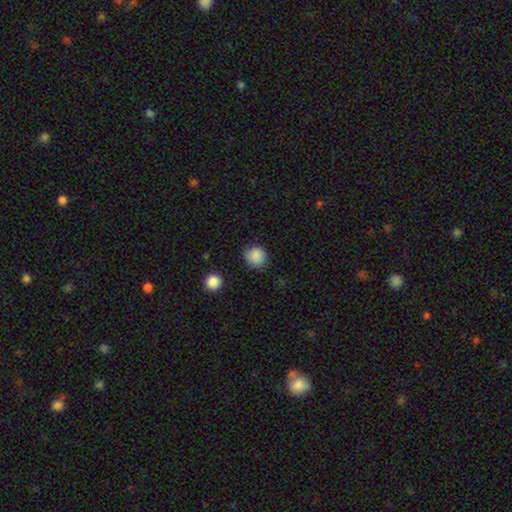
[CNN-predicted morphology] This is clearly a smooth galaxy (87%). How rounded: clearly round (87%). Merging: clearly none (84%).